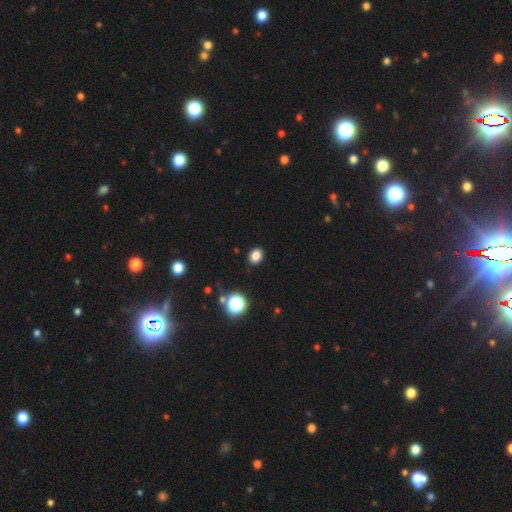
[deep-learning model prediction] Smooth or featured?
  - smooth: 83% *
  - star or artifact: 13%
  - featured or disk: 4%
How rounded?
  - in between: 64% *
  - round: 35%
  - cigar-shaped: 1%
Merging?
  - none: 89% *
  - minor disturbance: 8%
  - major disturbance: 2%
  - merger: 1%